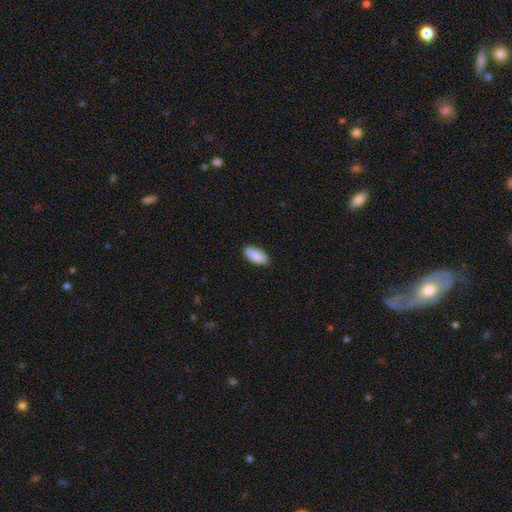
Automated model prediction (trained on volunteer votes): Overall: smooth (90%). How rounded: in between (90%). Merging: none (88%).